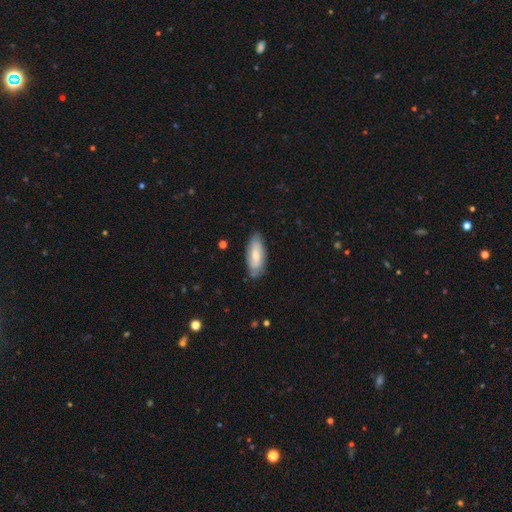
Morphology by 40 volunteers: This is likely a smooth galaxy (68%). How rounded: likely in between (74%). Merging: clearly none (82%).